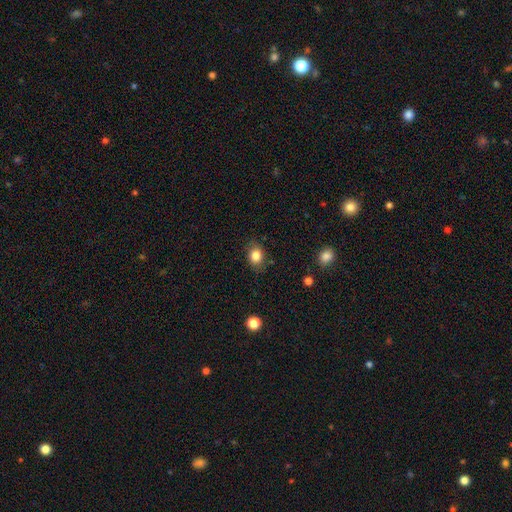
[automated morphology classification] smooth_or_featured: smooth (p=0.83) [alt: star or artifact p=0.10]
how_rounded: in between (p=0.55) [alt: round p=0.44]
merging: none (p=0.79) [alt: minor disturbance p=0.16]